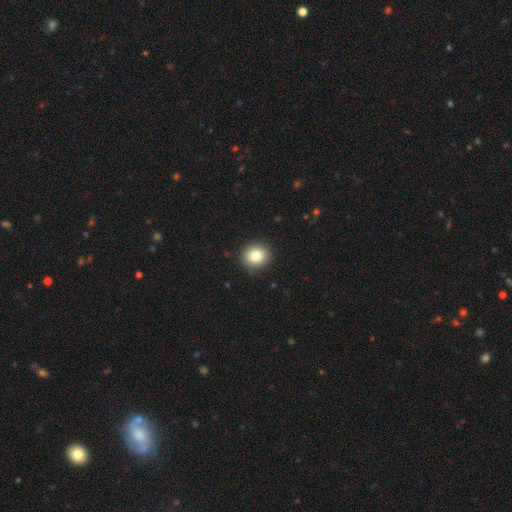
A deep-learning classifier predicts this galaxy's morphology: Overall: smooth (82%). How rounded: round (85%). Merging: none (90%).